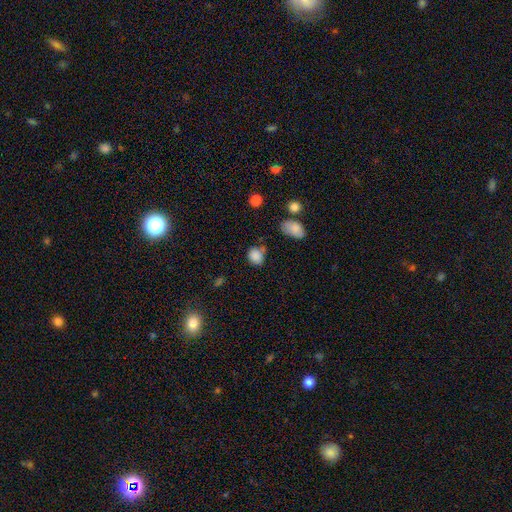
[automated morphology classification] A smooth galaxy with no disk features (84%) that is round (54%). Merging: none (56%).